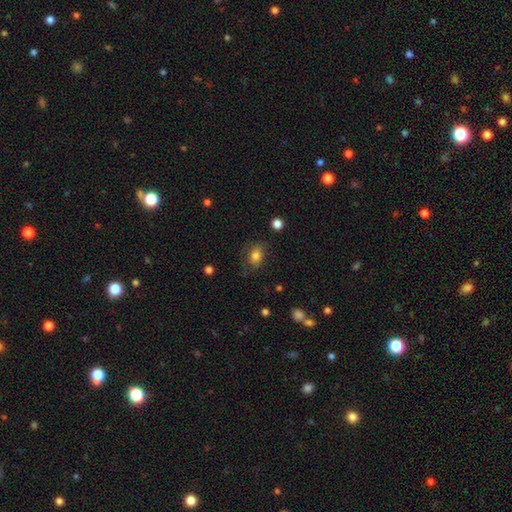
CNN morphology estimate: The model was most divided on "how rounded": in between: 72%, round: 27%, cigar-shaped: 2%. More confident: smooth or featured — smooth (79%); merging — none (71%).